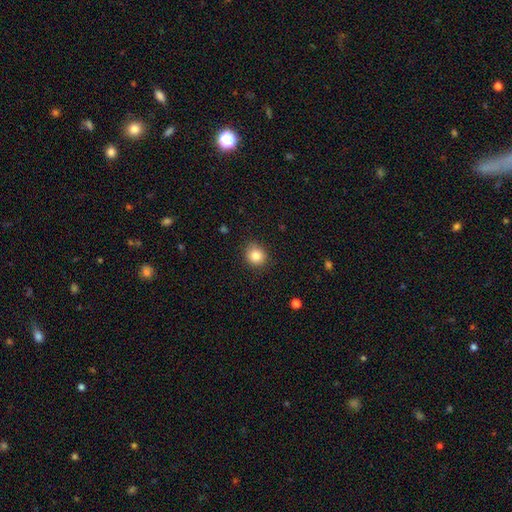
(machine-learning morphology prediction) Smooth or featured: smooth — 84% (star or artifact — 10%)
How rounded: round — 81% (in between — 18%)
Merging: none — 86% (minor disturbance — 10%)